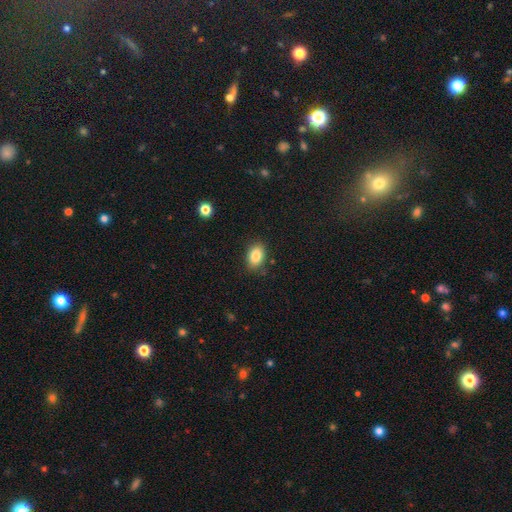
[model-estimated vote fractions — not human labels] Smooth or featured?
  - smooth: 86% *
  - star or artifact: 8%
  - featured or disk: 6%
How rounded?
  - in between: 83% *
  - round: 15%
  - cigar-shaped: 1%
Merging?
  - none: 84% *
  - minor disturbance: 11%
  - major disturbance: 3%
  - merger: 2%